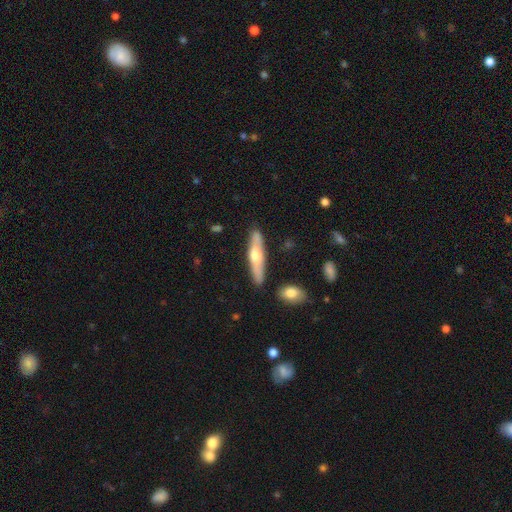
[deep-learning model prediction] Smooth or featured?
  - featured or disk: 50% *
  - smooth: 45%
  - star or artifact: 5%
Merging?
  - none: 82% *
  - minor disturbance: 11%
  - merger: 4%
  - major disturbance: 2%